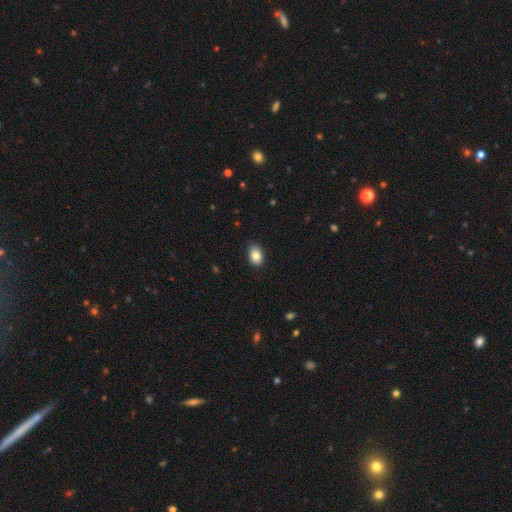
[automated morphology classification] This appears to be a smooth galaxy with no disk features (83%) that is in between round and cigar-shaped (83%). Merging: none (86%).